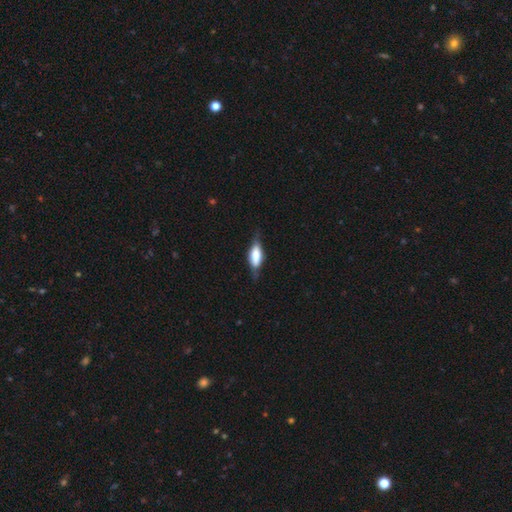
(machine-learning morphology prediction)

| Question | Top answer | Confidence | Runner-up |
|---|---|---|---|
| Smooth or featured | smooth | 49% | featured or disk (44%) |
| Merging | none | 72% | minor disturbance (20%) |